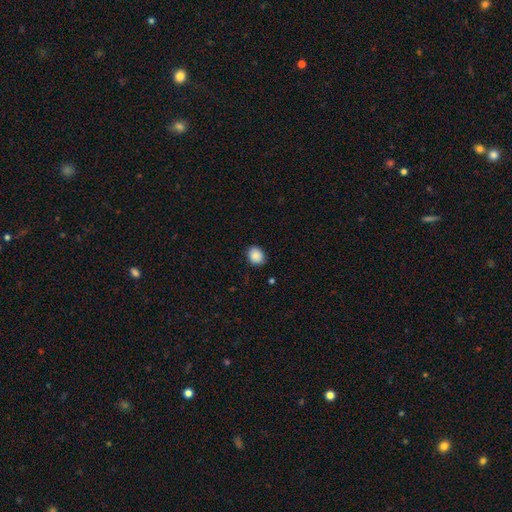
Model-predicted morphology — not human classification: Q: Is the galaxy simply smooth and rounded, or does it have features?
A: smooth — 88%.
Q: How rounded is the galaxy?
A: in between — 50%.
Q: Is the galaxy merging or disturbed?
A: none — 86%.